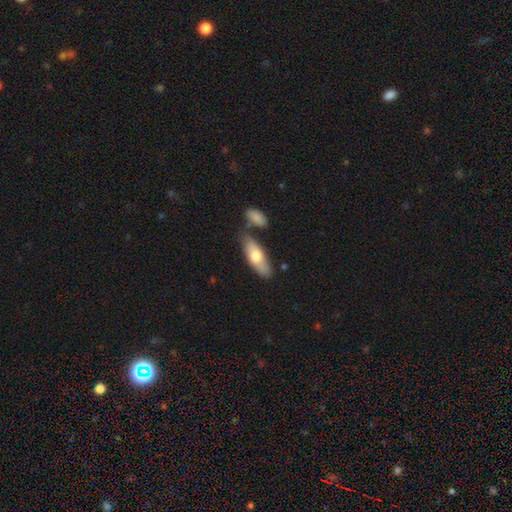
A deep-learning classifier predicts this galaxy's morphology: smooth_or_featured: smooth (p=0.69) [alt: featured or disk p=0.26]
how_rounded: in between (p=0.64) [alt: cigar-shaped p=0.33]
merging: none (p=0.72) [alt: minor disturbance p=0.15]